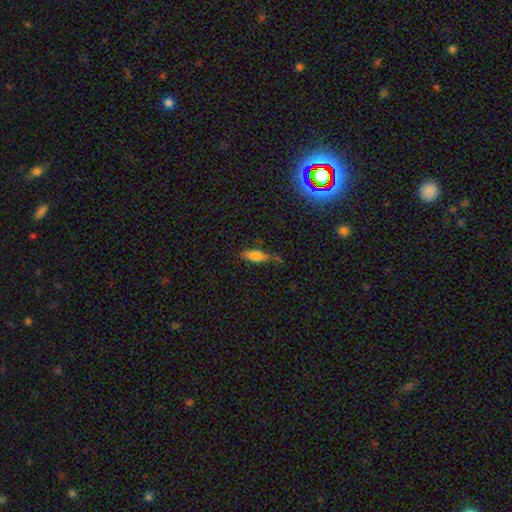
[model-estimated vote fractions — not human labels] smooth_or_featured: smooth (p=0.72) [alt: featured or disk p=0.17]
how_rounded: in between (p=0.60) [alt: cigar-shaped p=0.37]
merging: none (p=0.54) [alt: minor disturbance p=0.30]